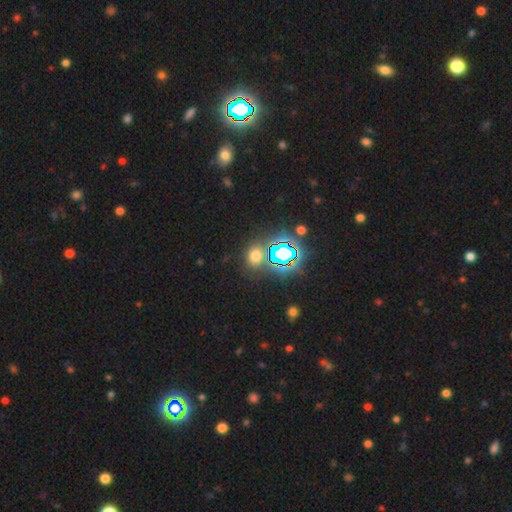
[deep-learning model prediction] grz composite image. It shows a smooth galaxy with no disk features (52%) that is round (62%). Merging: none (77%).